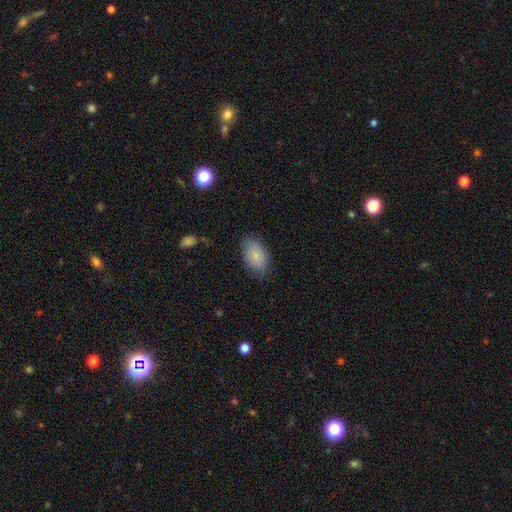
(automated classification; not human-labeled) A smooth galaxy with no disk features (82%) that is in between round and cigar-shaped (91%). Merging: none (74%).